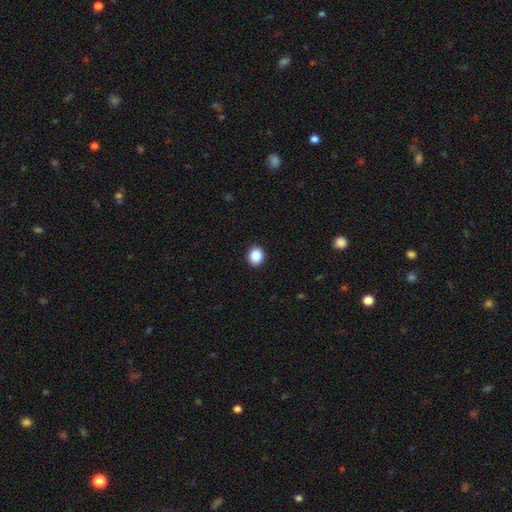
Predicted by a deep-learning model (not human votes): Morphology: type=smooth (88%); roundness=round (62%); merging=none (92%).